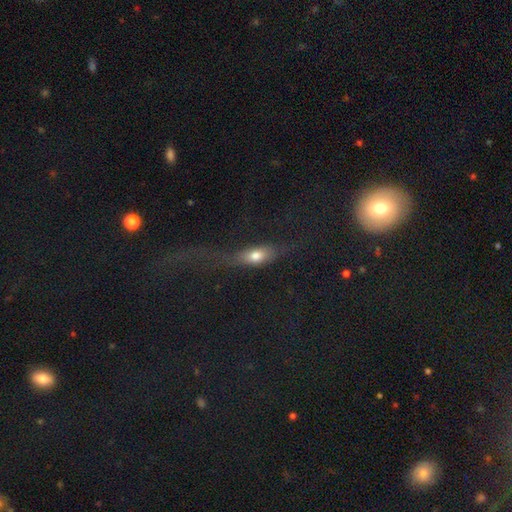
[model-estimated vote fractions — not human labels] smooth_or_featured: smooth (p=0.67) [alt: featured or disk p=0.23]
how_rounded: in between (p=0.60) [alt: cigar-shaped p=0.31]
merging: none (p=0.45) [alt: major disturbance p=0.29]